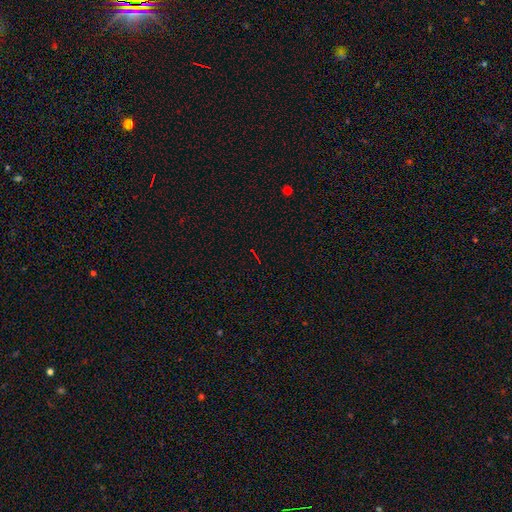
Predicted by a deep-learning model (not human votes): Smooth or featured? Predicted: star or artifact (p=0.74).